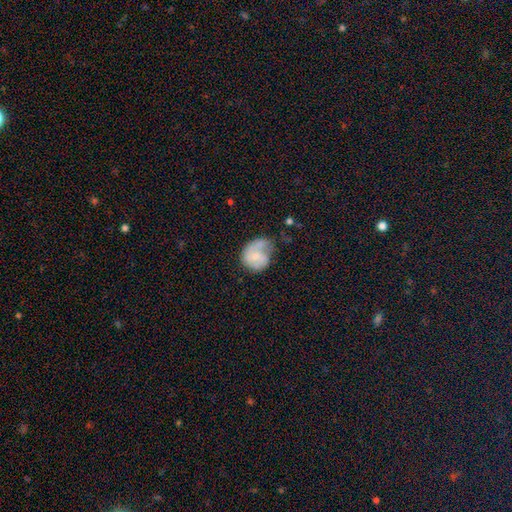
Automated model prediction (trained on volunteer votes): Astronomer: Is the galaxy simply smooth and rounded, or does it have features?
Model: featured or disk — 50% (runner-up: smooth, 43%).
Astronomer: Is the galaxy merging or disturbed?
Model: none — 36% (runner-up: minor disturbance, 32%).